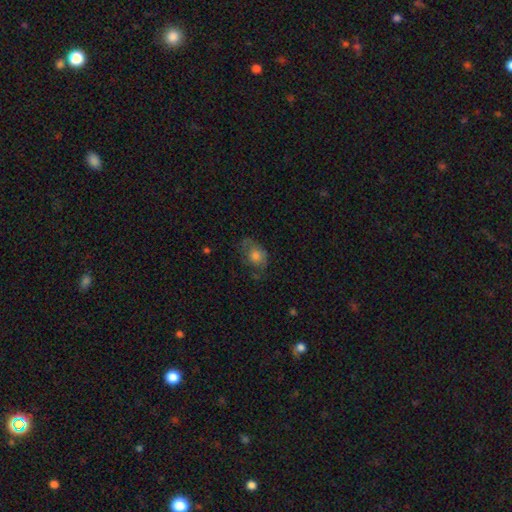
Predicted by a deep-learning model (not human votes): Smooth or featured? smooth (58%)
How rounded? in between (63%)
Merging? none (54%)